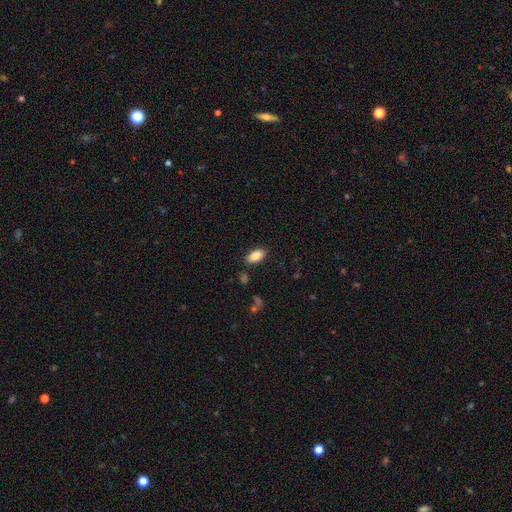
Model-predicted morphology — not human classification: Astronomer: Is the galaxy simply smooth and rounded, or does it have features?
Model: smooth — 86%.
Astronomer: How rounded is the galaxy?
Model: in between — 92%.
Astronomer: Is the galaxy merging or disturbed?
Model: none — 85%.